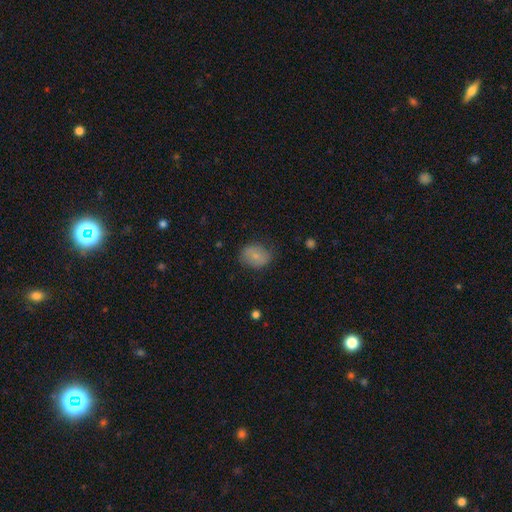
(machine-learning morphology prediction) smooth 78%, featured or disk 14%, star or artifact 8%. Down the decision tree: how rounded — in between (50%); merging — none (75%).